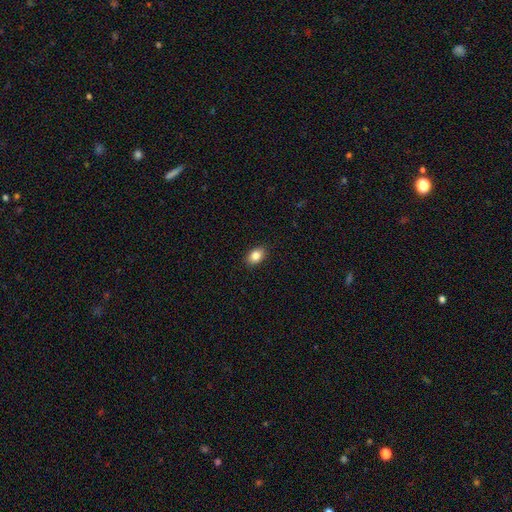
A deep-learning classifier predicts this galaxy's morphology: Smooth or featured?
  - smooth: 84% *
  - star or artifact: 8%
  - featured or disk: 7%
How rounded?
  - in between: 84% *
  - round: 15%
  - cigar-shaped: 1%
Merging?
  - none: 88% *
  - minor disturbance: 9%
  - major disturbance: 2%
  - merger: 1%